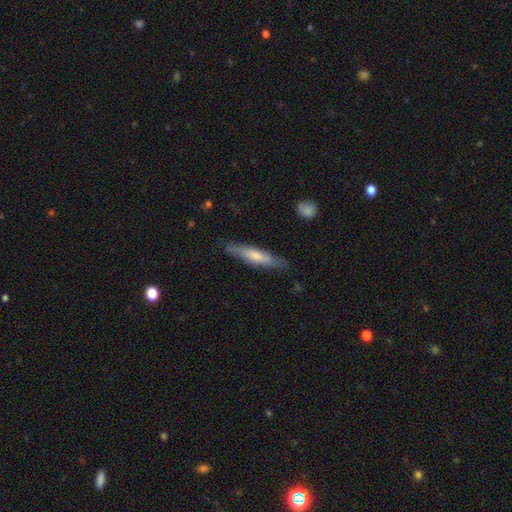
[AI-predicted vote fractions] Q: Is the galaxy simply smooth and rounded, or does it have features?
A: smooth — 54%.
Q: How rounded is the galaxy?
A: cigar-shaped — 85%.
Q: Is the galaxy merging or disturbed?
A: none — 78%.